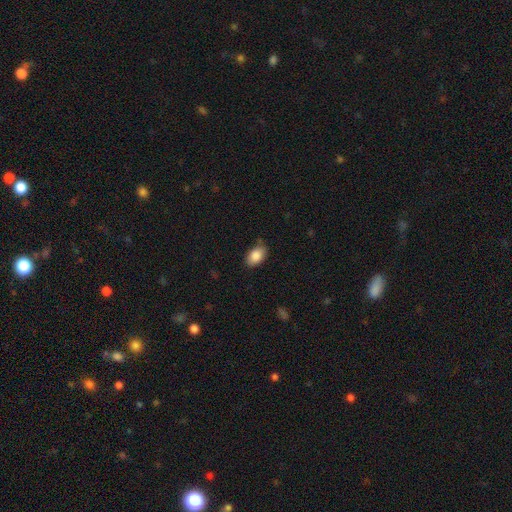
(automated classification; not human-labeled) Smooth or featured?
  - smooth: 87% *
  - star or artifact: 7%
  - featured or disk: 6%
How rounded?
  - in between: 89% *
  - round: 9%
  - cigar-shaped: 1%
Merging?
  - none: 76% *
  - minor disturbance: 19%
  - major disturbance: 3%
  - merger: 1%